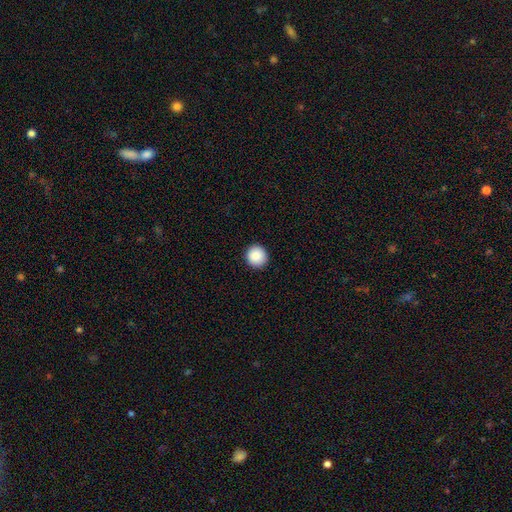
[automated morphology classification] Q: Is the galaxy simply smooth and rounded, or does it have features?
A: smooth — 88%.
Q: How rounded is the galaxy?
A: round — 95%.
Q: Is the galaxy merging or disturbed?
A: none — 93%.